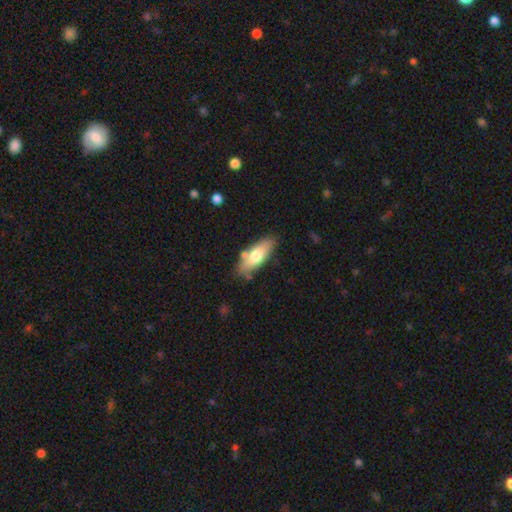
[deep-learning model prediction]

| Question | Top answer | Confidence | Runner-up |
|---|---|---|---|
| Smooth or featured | smooth | 67% | featured or disk (27%) |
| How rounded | in between | 70% | cigar-shaped (28%) |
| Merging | none | 74% | minor disturbance (15%) |